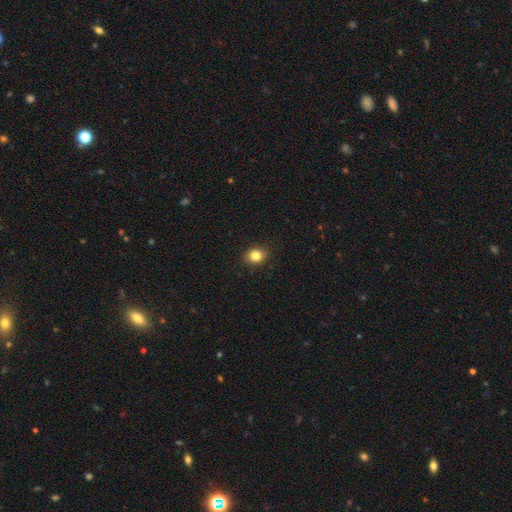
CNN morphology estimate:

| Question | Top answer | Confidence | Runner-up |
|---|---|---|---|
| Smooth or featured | smooth | 83% | star or artifact (11%) |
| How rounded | round | 56% | in between (43%) |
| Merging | none | 90% | minor disturbance (8%) |